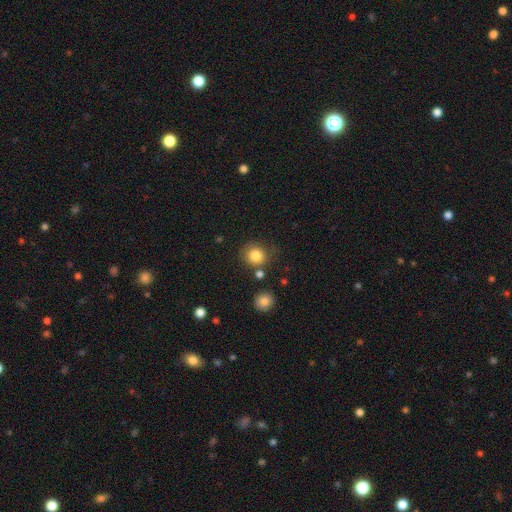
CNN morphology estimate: Smooth or featured: smooth — 83% (star or artifact — 10%)
How rounded: round — 87% (in between — 13%)
Merging: none — 74% (minor disturbance — 14%)